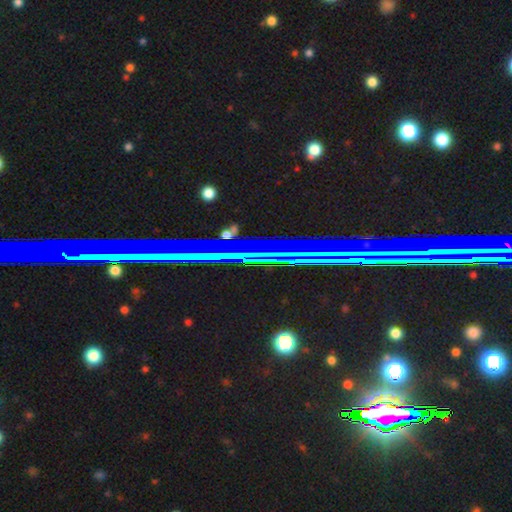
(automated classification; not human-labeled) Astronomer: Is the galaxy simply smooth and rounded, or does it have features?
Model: star or artifact — 78%.